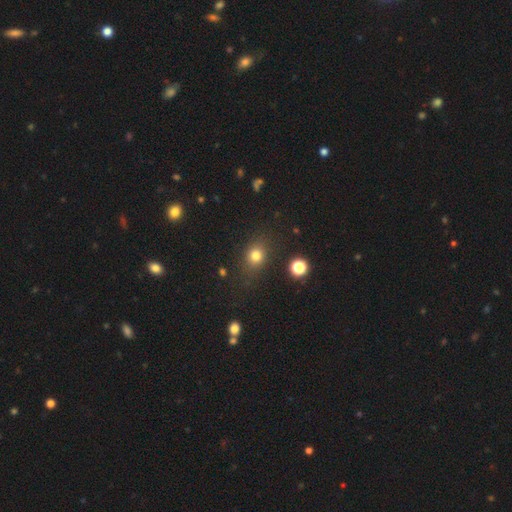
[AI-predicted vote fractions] Smooth or featured? Predicted: smooth (p=0.77). How rounded? Predicted: round (p=0.60). Merging? Predicted: none (p=0.80).